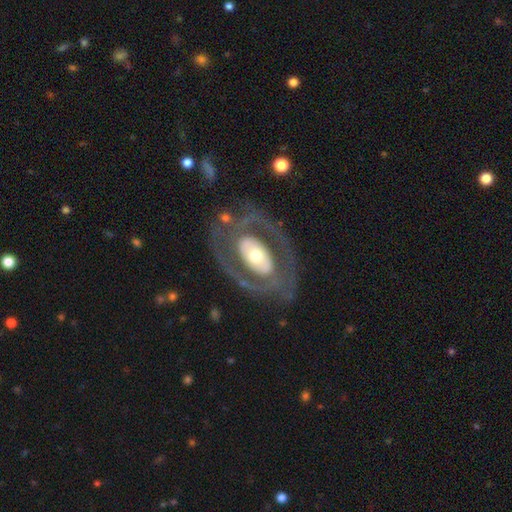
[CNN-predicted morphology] Q: Smooth or featured?
A: featured or disk (77%); runner-up: smooth (18%)
Q: Edge-on disk?
A: no (94%); runner-up: yes (6%)
Q: Bar?
A: no (58%); runner-up: weak (22%)
Q: Spiral arms?
A: yes (59%); runner-up: no (41%)
Q: Bulge size?
A: moderate (59%); runner-up: large (21%)
Q: Merging?
A: none (71%); runner-up: major disturbance (14%)